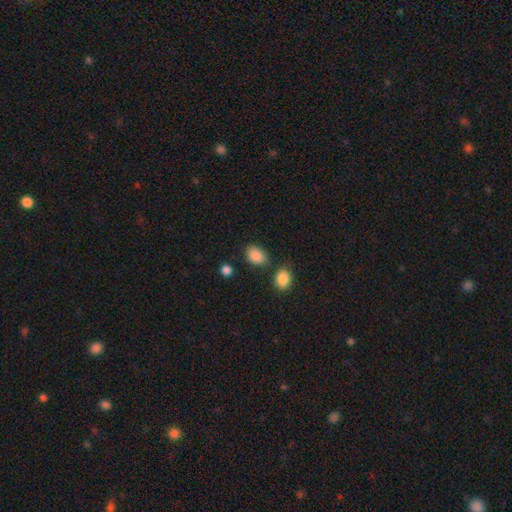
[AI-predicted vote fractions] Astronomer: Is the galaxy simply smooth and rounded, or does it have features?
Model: smooth — 88%.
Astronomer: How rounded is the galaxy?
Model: in between — 83%.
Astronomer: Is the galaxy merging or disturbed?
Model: none — 75%.